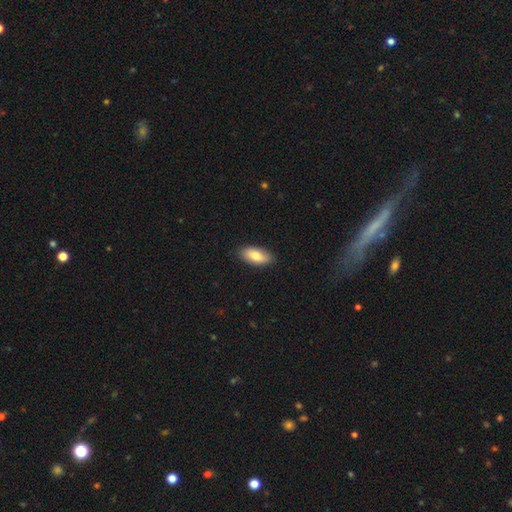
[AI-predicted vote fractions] smooth_or_featured: smooth (p=0.78) [alt: featured or disk p=0.16]
how_rounded: in between (p=0.89) [alt: cigar-shaped p=0.08]
merging: none (p=0.87) [alt: minor disturbance p=0.10]